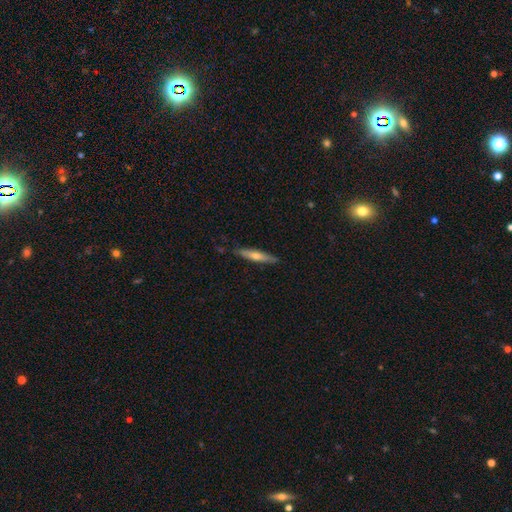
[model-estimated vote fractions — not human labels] The model was most divided on "smooth or featured": featured or disk: 51%, smooth: 43%, star or artifact: 6%. More confident: edge-on disk — yes (91%); merging — none (87%).